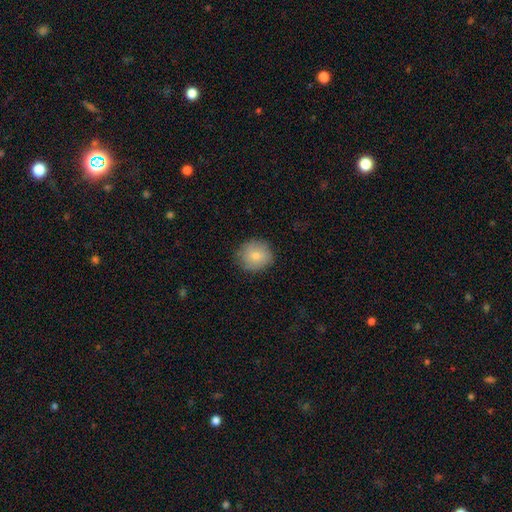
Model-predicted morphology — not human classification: Overall: smooth (81%). How rounded: round (84%). Merging: none (82%).